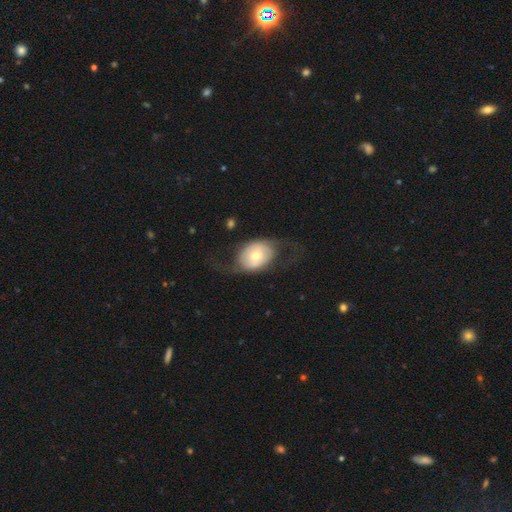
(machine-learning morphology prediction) featured or disk 52%, smooth 42%, star or artifact 6%. Down the decision tree: edge-on disk — no (92%); merging — none (54%).